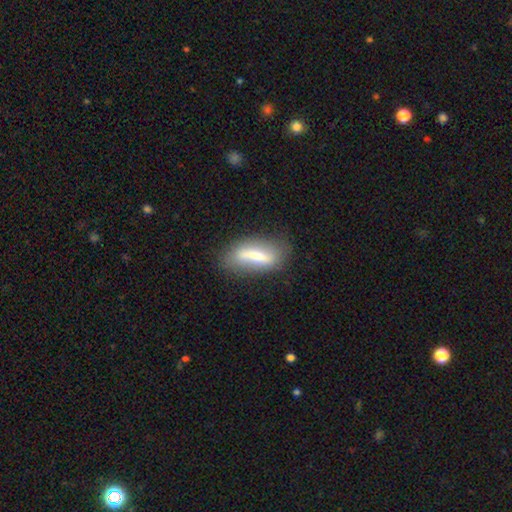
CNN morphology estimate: Smooth or featured? Predicted: smooth (p=0.59). How rounded? Predicted: in between (p=0.61). Merging? Predicted: none (p=0.66).